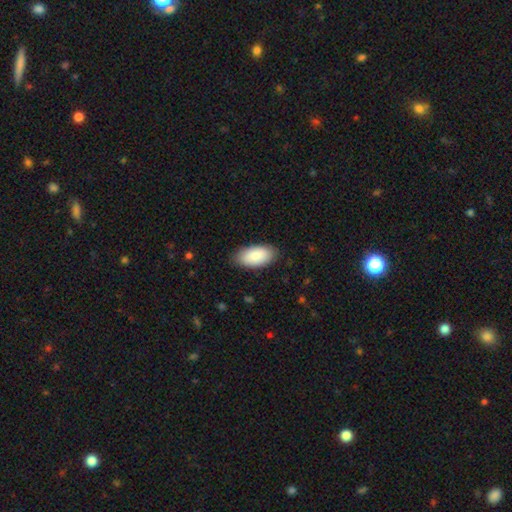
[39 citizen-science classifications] smooth_or_featured: smooth (p=0.82) [alt: star or artifact p=0.10]
how_rounded: in between (p=0.94) [alt: round p=0.03]
merging: none (p=0.86) [alt: minor disturbance p=0.11]